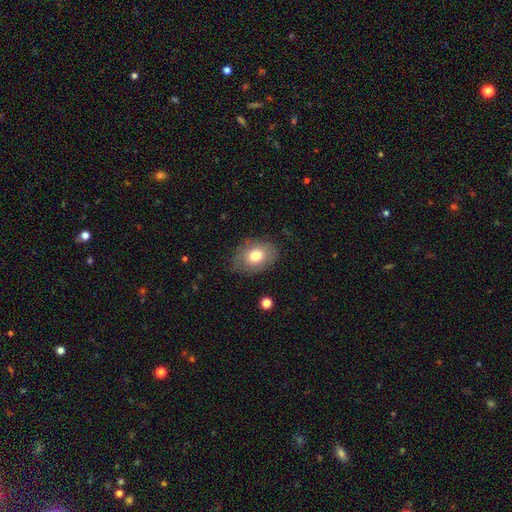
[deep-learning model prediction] This is likely a smooth galaxy (75%). How rounded: likely in between (75%). Merging: likely none (77%).